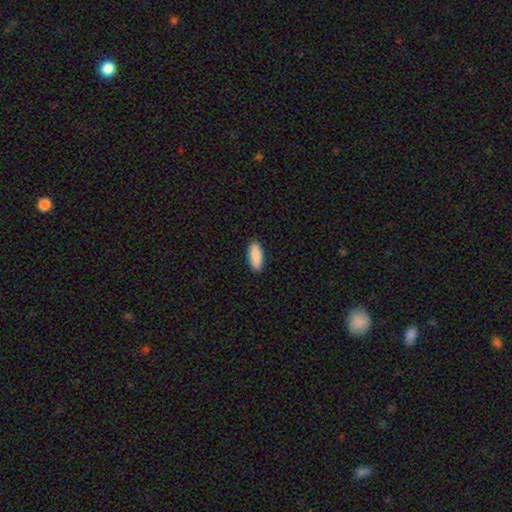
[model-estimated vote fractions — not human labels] smooth 91%, star or artifact 6%, featured or disk 4%. Down the decision tree: how rounded — in between (77%); merging — none (91%).